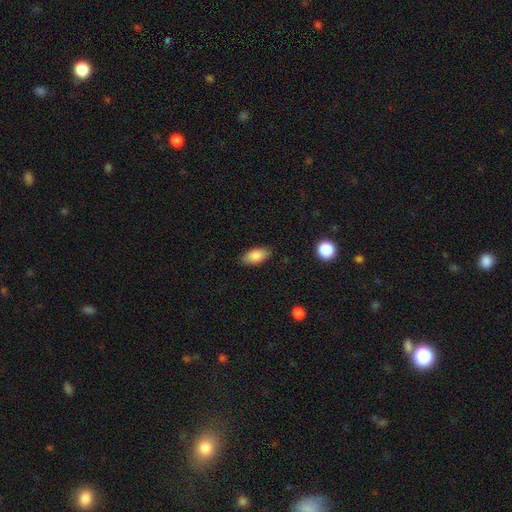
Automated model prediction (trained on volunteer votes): The model was most divided on "merging": none: 85%, minor disturbance: 12%, major disturbance: 3%, merger: 1%. More confident: how rounded — in between (91%); smooth or featured — smooth (86%).